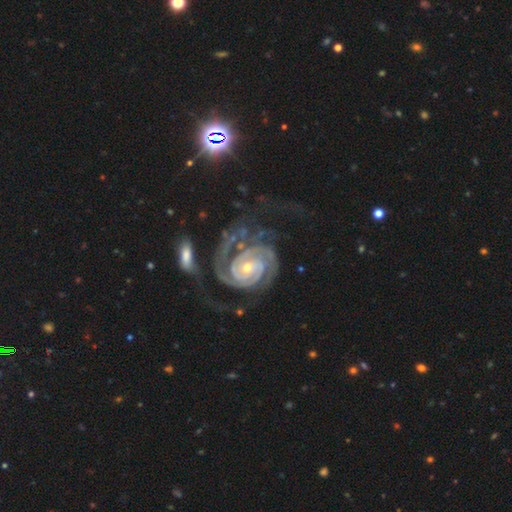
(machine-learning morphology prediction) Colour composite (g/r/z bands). It shows a featured or disk galaxy (75%) with no bar (63%), tight (62%) spiral arms (85%) and a small central bulge (58%). Merging: none (52%).